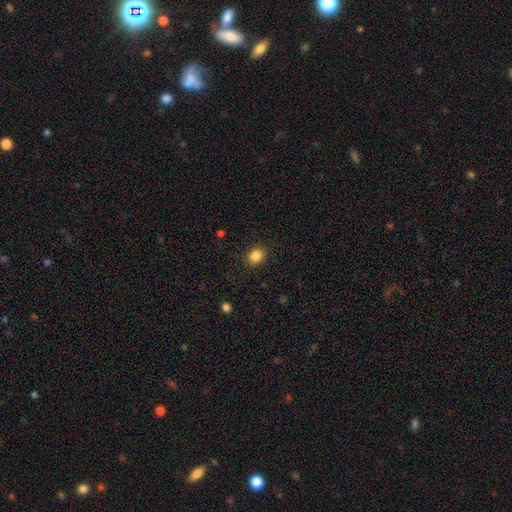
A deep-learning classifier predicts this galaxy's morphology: smooth 86%, star or artifact 11%, featured or disk 4%. Down the decision tree: how rounded — round (67%); merging — none (89%).